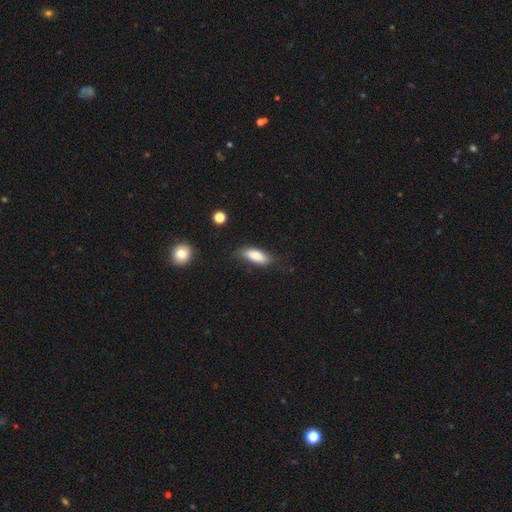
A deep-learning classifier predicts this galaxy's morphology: Smooth or featured?
  - smooth: 83% *
  - featured or disk: 10%
  - star or artifact: 7%
How rounded?
  - in between: 73% *
  - cigar-shaped: 25%
  - round: 2%
Merging?
  - none: 72% *
  - minor disturbance: 21%
  - major disturbance: 5%
  - merger: 2%